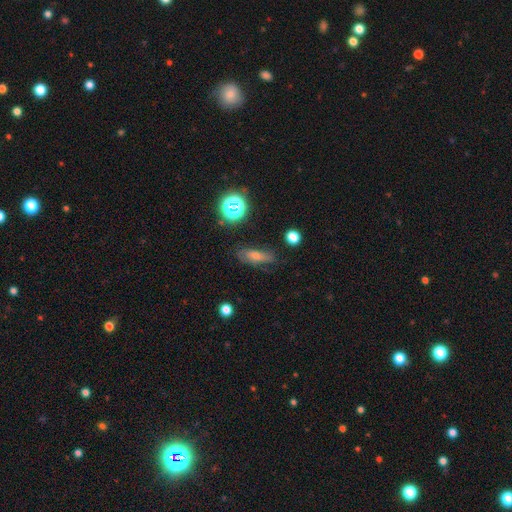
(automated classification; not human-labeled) A smooth galaxy with no disk features (48%).

Vote fractions:
- Smooth or featured? smooth: 48% / featured or disk: 29% / star or artifact: 23%
- Merging? none: 74% / minor disturbance: 18% / major disturbance: 5% / merger: 2%